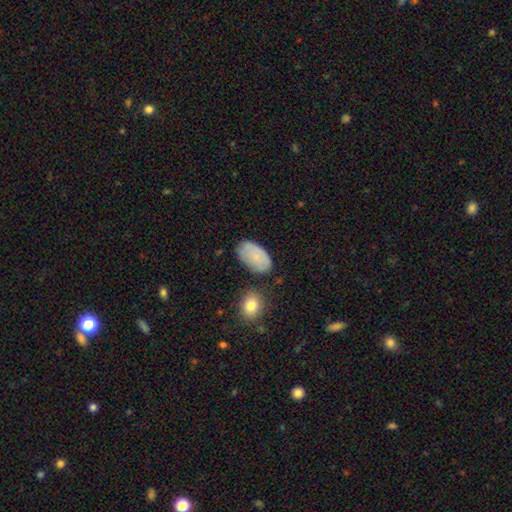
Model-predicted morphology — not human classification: smooth 77%, featured or disk 15%, star or artifact 7%. Down the decision tree: how rounded — in between (94%); merging — none (69%).